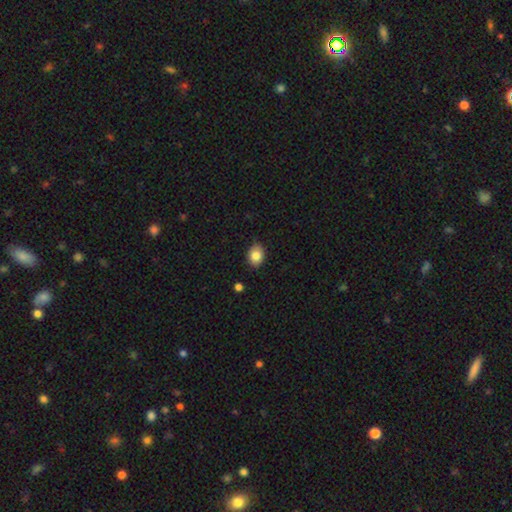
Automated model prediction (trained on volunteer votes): This appears to be a smooth galaxy with no disk features (84%) that is in between round and cigar-shaped (59%). Merging: none (83%).